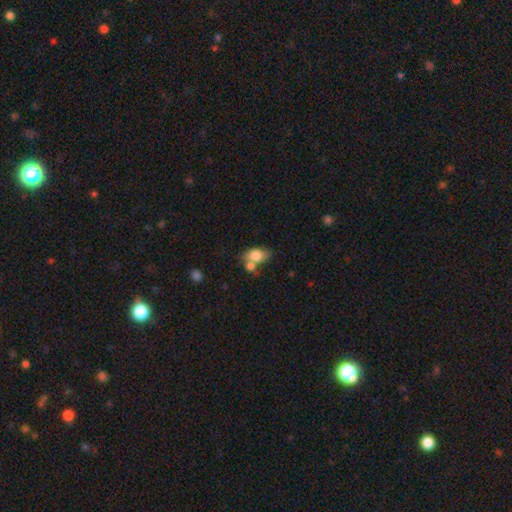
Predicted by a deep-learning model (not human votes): Smooth or featured?
  - smooth: 77% *
  - featured or disk: 15%
  - star or artifact: 8%
How rounded?
  - in between: 83% *
  - round: 15%
  - cigar-shaped: 2%
Merging?
  - none: 42% *
  - merger: 38%
  - minor disturbance: 15%
  - major disturbance: 6%